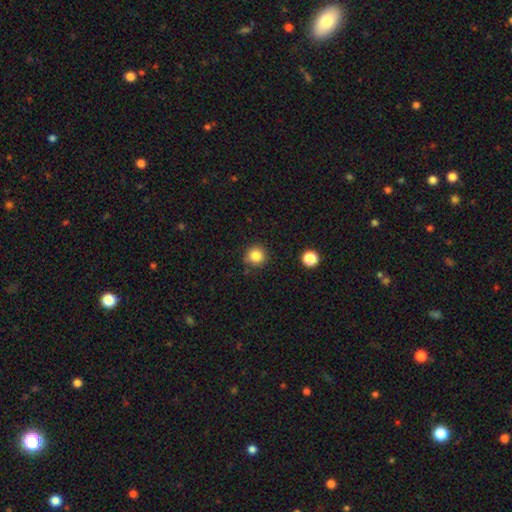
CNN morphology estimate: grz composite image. It shows a smooth galaxy with no disk features (84%) that is round (93%). Merging: none (86%).